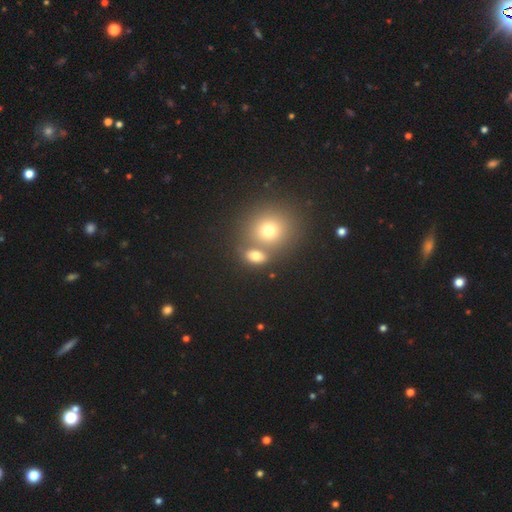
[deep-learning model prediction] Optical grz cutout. It shows a smooth galaxy with no disk features (73%) that is in between round and cigar-shaped (53%). Merging: none (49%).